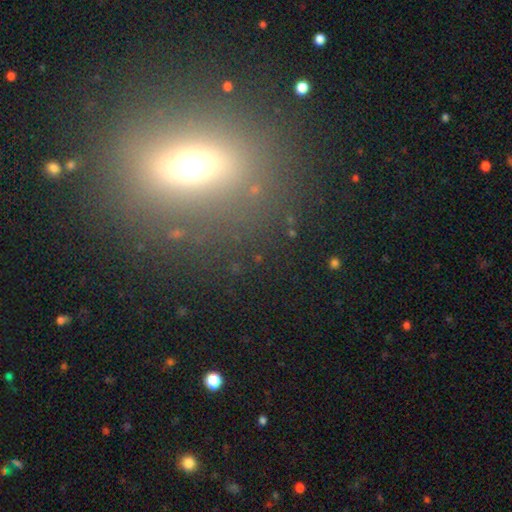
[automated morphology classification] This is possibly a smooth galaxy (52%). How rounded: possibly in between (60%). Merging: clearly none (84%).